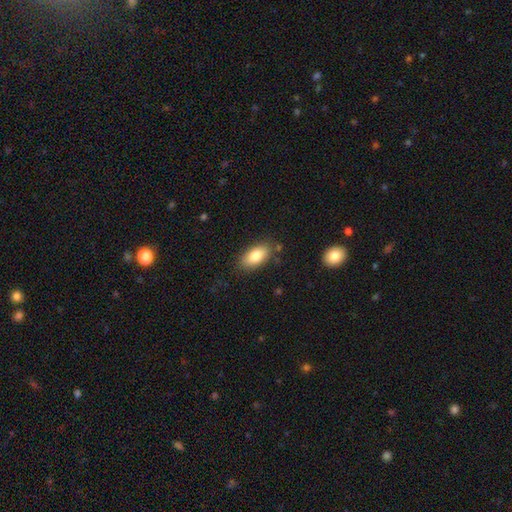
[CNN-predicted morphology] Smooth or featured? smooth (82%)
How rounded? in between (91%)
Merging? none (82%)